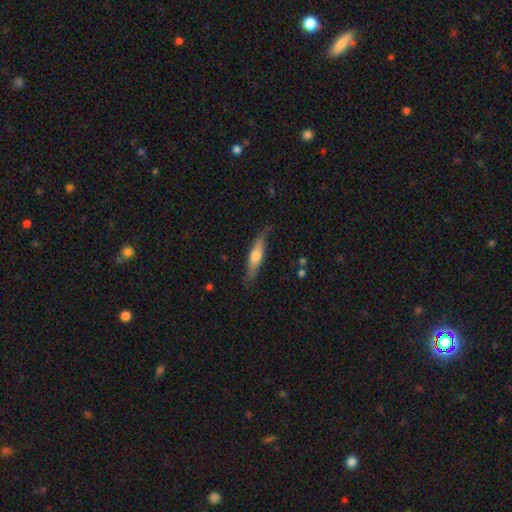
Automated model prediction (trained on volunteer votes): Overall: smooth (54%; featured or disk 41%). How rounded: cigar-shaped (74%). Merging: none (75%).